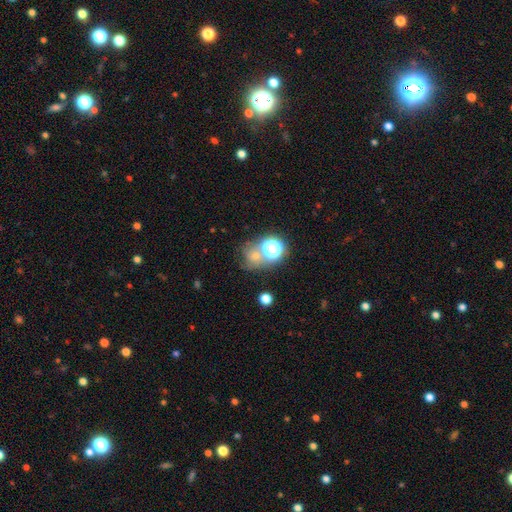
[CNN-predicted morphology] star or artifact 49%, smooth 38%, featured or disk 13%.